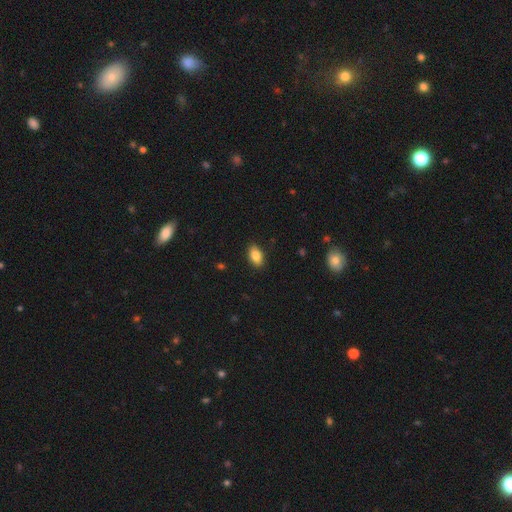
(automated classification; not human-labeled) Smooth or featured? smooth (86%)
How rounded? in between (91%)
Merging? none (88%)